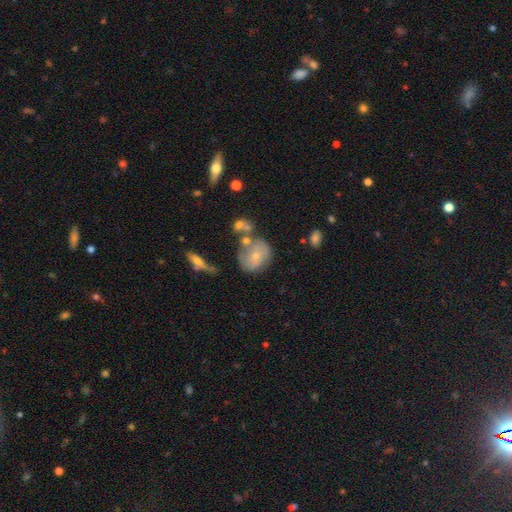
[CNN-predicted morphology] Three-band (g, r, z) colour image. It shows a smooth galaxy with no disk features (52%) that is round (54%). Merging: none (43%).